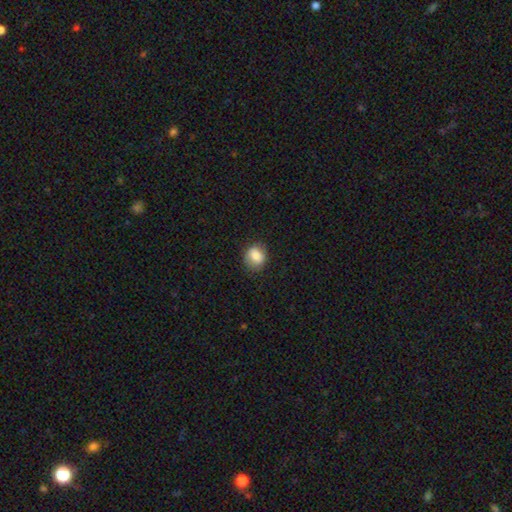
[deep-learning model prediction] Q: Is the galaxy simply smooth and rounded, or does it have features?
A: smooth — 77%.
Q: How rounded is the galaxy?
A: round — 56%.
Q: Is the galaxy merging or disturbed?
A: none — 78%.